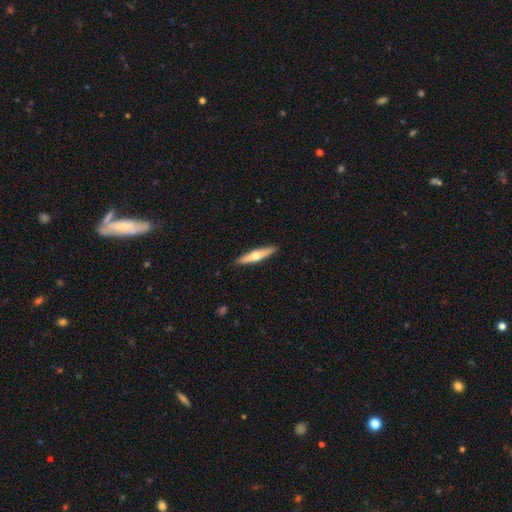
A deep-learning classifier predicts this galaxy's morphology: A featured or disk galaxy (49%). Merging: none (91%).